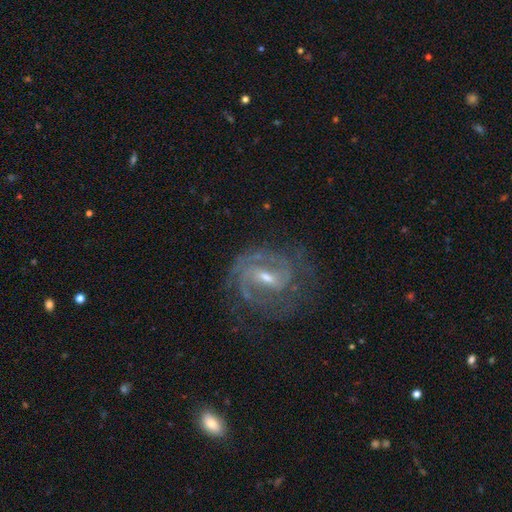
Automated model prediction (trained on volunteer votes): Morphology: type=featured or disk (83%); edge-on=no (95%); bar=strong (45%); spiral arms=yes (93%); winding=tight (53%); arm count=2 (52%); bulge=small (52%); merging=none (74%).